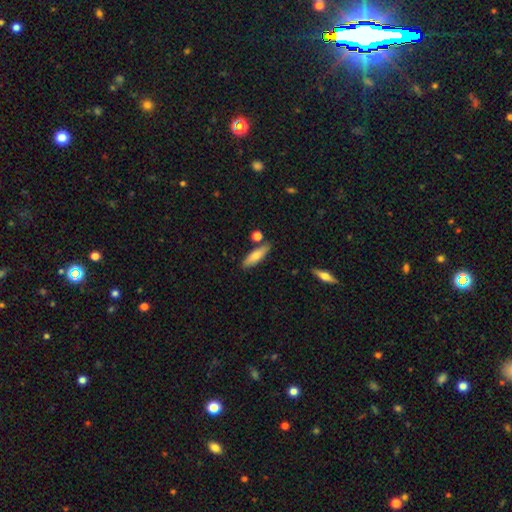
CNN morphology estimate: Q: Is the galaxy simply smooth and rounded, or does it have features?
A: smooth — 73%.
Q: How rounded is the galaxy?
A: cigar-shaped — 55%.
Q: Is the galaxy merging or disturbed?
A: none — 79%.